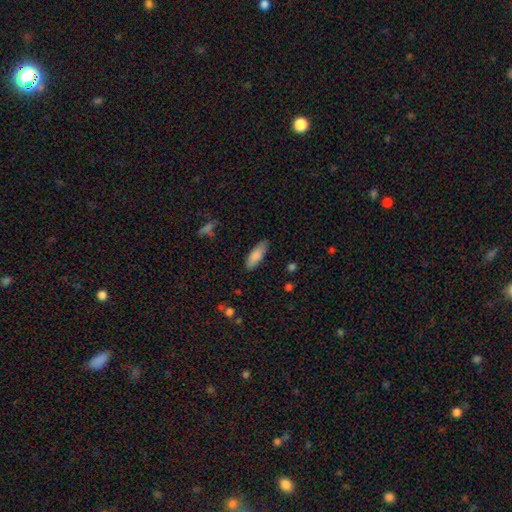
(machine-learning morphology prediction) Overall: smooth (84%). How rounded: in between (60%; cigar-shaped 38%). Merging: none (84%).